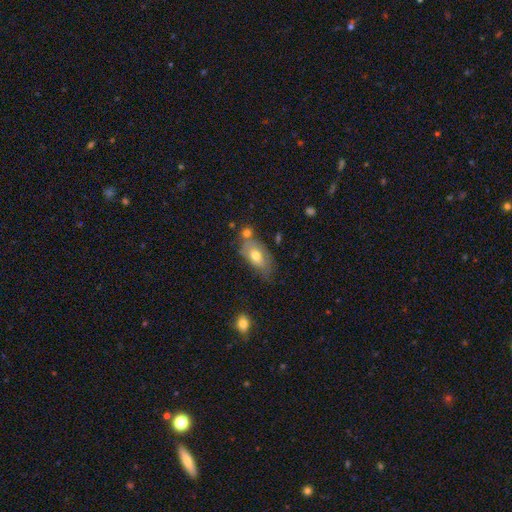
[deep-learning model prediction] This is likely a smooth galaxy (65%). How rounded: clearly in between (89%). Merging: possibly none (52%).